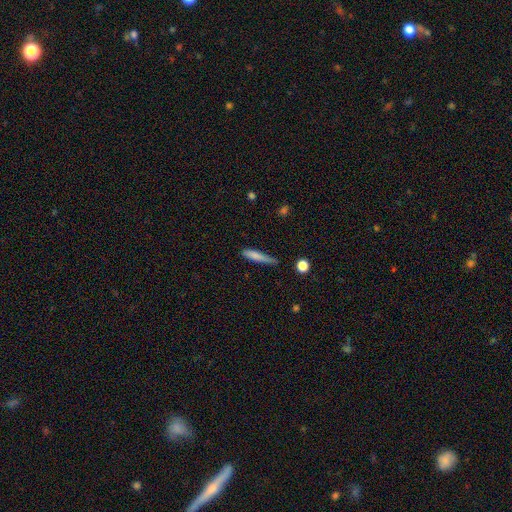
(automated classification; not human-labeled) The model was most divided on "merging": none: 55%, minor disturbance: 34%, major disturbance: 8%, merger: 3%. More confident: how rounded — cigar-shaped (87%); smooth or featured — smooth (77%).